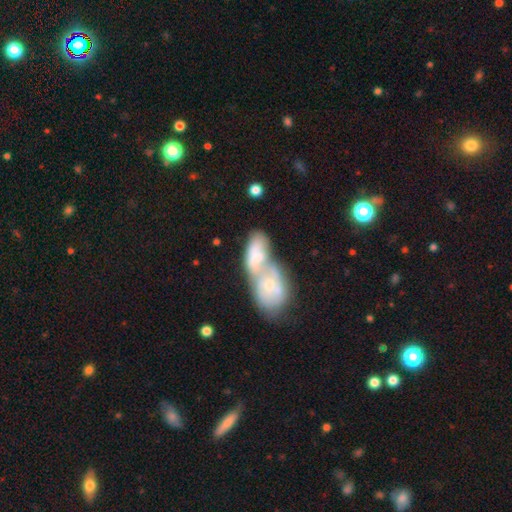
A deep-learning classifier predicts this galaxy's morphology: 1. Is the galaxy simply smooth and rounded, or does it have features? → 52% smooth, 40% featured or disk, 7% star or artifact.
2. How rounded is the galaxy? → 86% in between, 8% round, 6% cigar-shaped.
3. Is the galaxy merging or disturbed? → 77% merger, 9% none, 8% major disturbance, 6% minor disturbance.